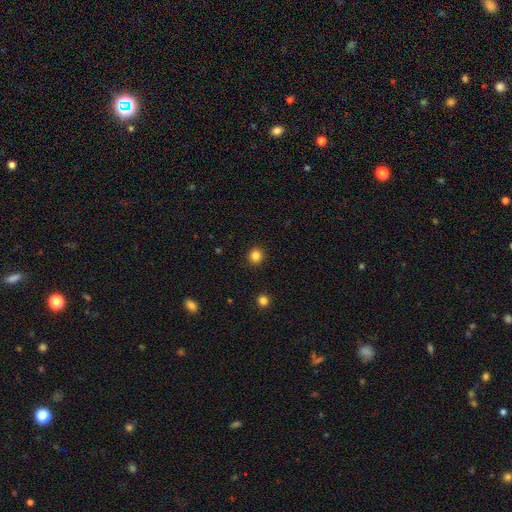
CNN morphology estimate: The model was most divided on "smooth or featured": smooth: 83%, star or artifact: 12%, featured or disk: 4%. More confident: how rounded — round (93%); merging — none (93%).